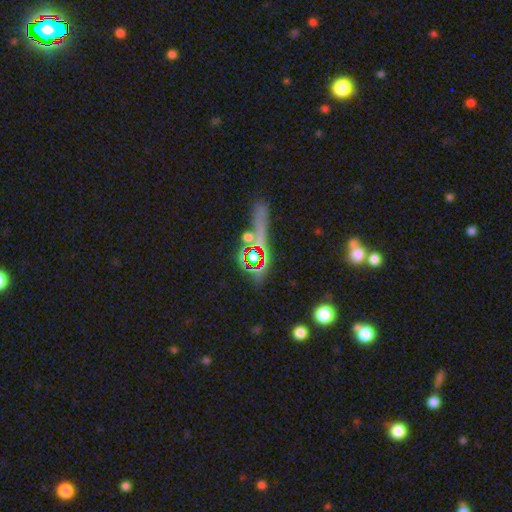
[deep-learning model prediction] star or artifact 52%, smooth 30%, featured or disk 18%.